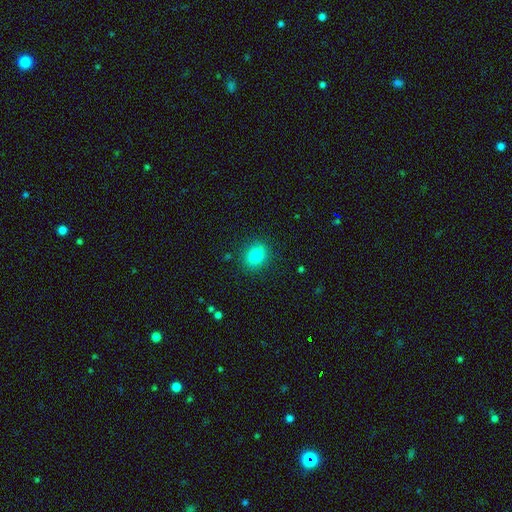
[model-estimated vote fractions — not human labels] Overall: smooth (81%). How rounded: round (61%; in between 38%). Merging: none (89%).